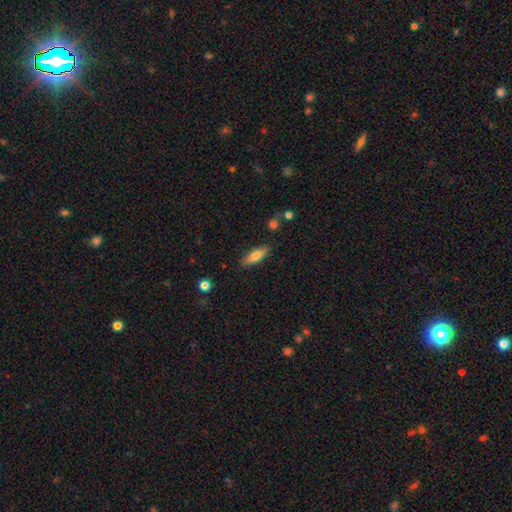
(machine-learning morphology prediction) A smooth galaxy with no disk features (71%) that is in between round and cigar-shaped (50%). Merging: none (84%).